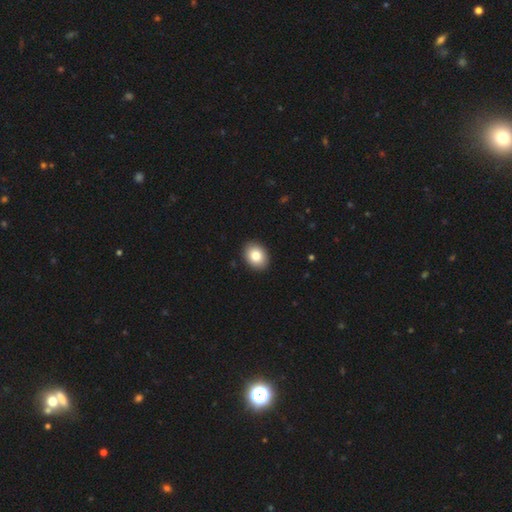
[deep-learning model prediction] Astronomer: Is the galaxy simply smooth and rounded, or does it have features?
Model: smooth — 84%.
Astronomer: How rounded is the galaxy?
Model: in between — 65%.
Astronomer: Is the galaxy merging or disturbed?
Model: none — 92%.